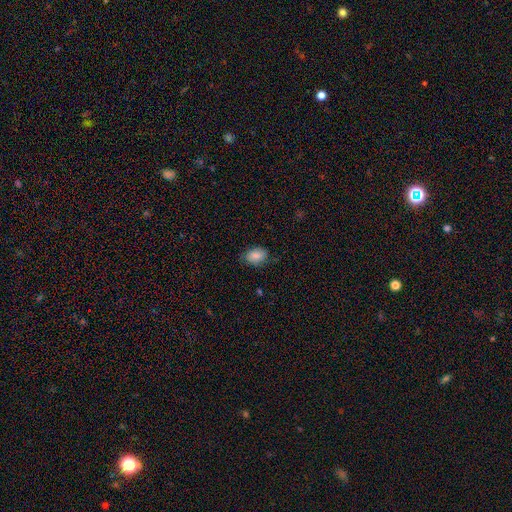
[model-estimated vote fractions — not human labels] Smooth or featured?
  - smooth: 85% *
  - featured or disk: 8%
  - star or artifact: 7%
How rounded?
  - in between: 82% *
  - round: 17%
  - cigar-shaped: 1%
Merging?
  - none: 74% *
  - minor disturbance: 21%
  - major disturbance: 5%
  - merger: 1%